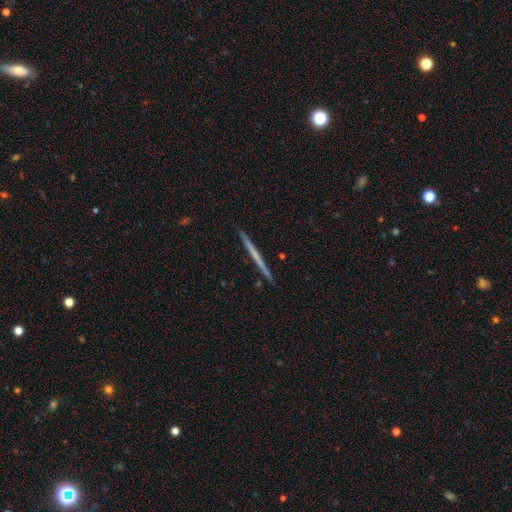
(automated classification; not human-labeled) The model was most divided on "smooth or featured": featured or disk: 55%, smooth: 39%, star or artifact: 6%. More confident: edge-on disk — yes (98%); merging — none (92%); edge-on bulge — none (90%).